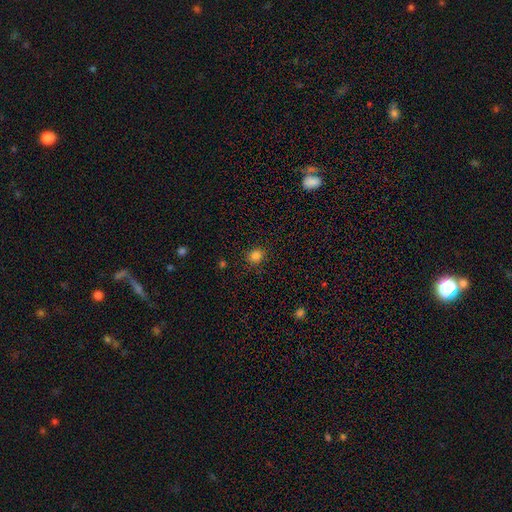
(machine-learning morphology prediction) The model was most divided on "how rounded": round: 76%, in between: 23%, cigar-shaped: 1%. More confident: merging — none (88%); smooth or featured — smooth (82%).